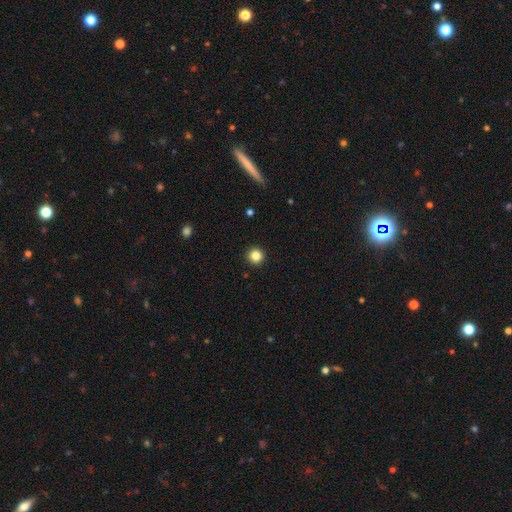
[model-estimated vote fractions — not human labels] Smooth or featured?
  - smooth: 85% *
  - star or artifact: 11%
  - featured or disk: 4%
How rounded?
  - round: 95% *
  - in between: 4%
  - cigar-shaped: 1%
Merging?
  - none: 93% *
  - minor disturbance: 4%
  - major disturbance: 1%
  - merger: 1%